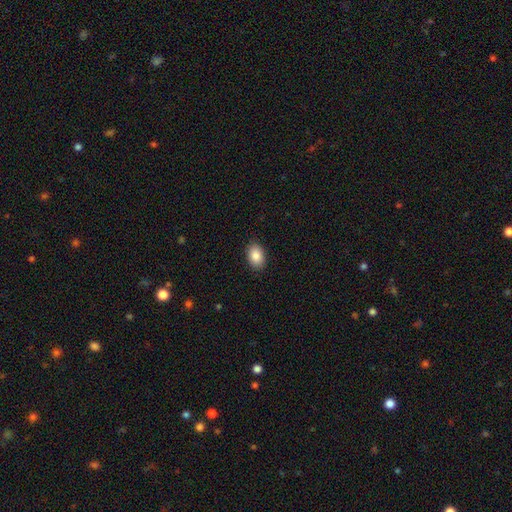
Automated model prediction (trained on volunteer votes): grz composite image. It shows a smooth galaxy with no disk features (87%) that is in between round and cigar-shaped (86%). Merging: none (89%).